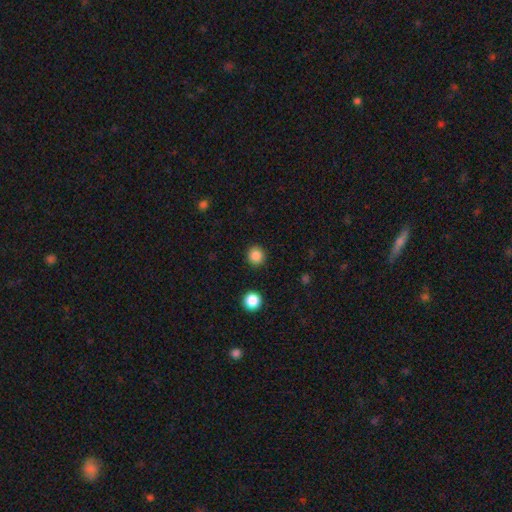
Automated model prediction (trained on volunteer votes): This appears to be a smooth galaxy with no disk features (86%) that is round (93%). Merging: none (91%).